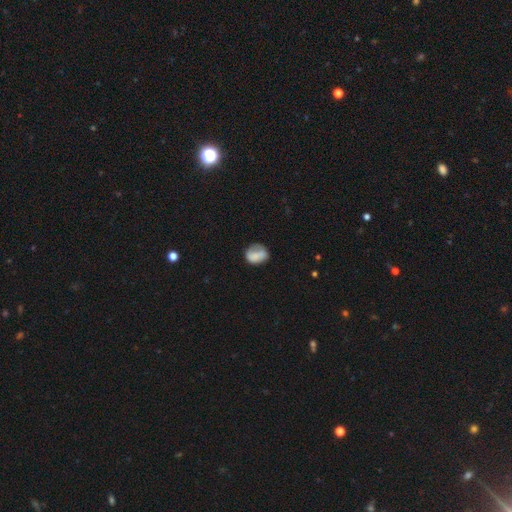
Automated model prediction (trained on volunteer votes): A smooth galaxy with no disk features (76%) that is round (51%). Merging: none (54%).